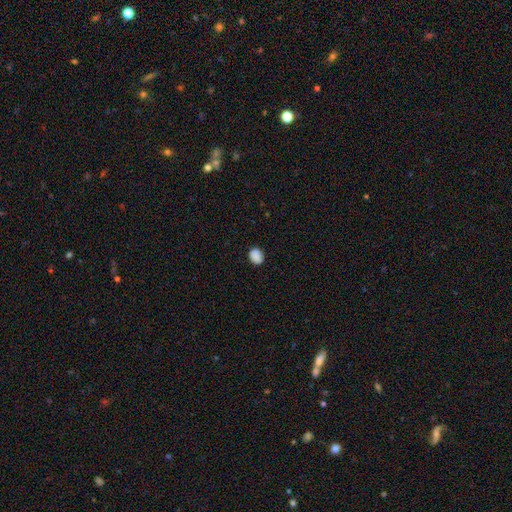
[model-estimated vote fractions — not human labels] Smooth or featured?
  - smooth: 88% *
  - star or artifact: 9%
  - featured or disk: 3%
How rounded?
  - in between: 52% *
  - round: 47%
  - cigar-shaped: 1%
Merging?
  - none: 85% *
  - minor disturbance: 12%
  - major disturbance: 2%
  - merger: 1%